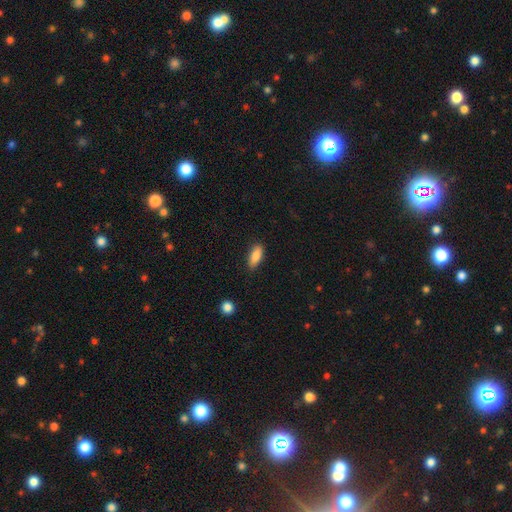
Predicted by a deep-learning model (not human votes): Overall: smooth (86%). How rounded: in between (80%). Merging: none (84%).